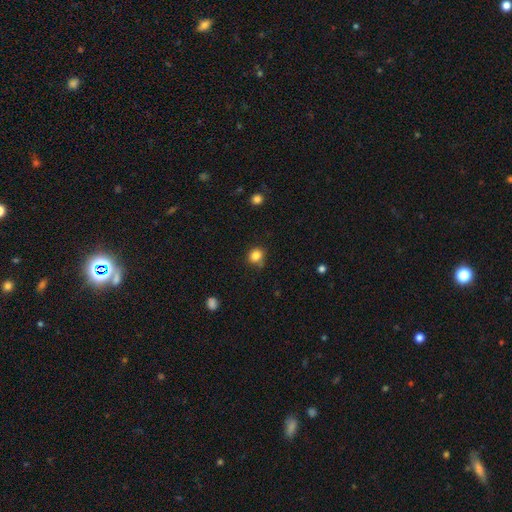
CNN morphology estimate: type=smooth (83%); roundness=round (82%); merging=none (77%).